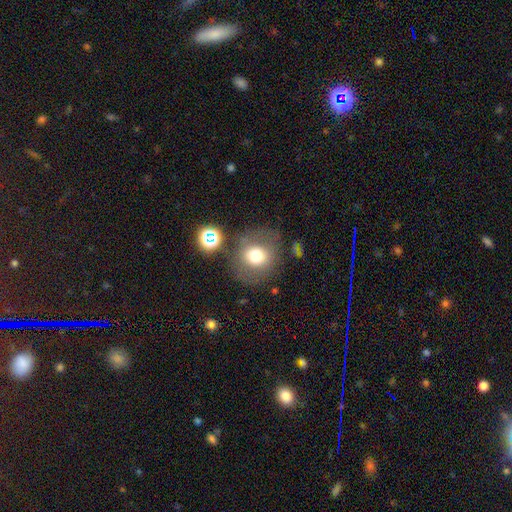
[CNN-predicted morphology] smooth-or-featured: smooth: 69% | featured or disk: 19% | star or artifact: 13%
  how-rounded: round: 82% | in between: 17% | cigar-shaped: 1%
  merging: none: 72% | minor disturbance: 14% | major disturbance: 8% | merger: 6%